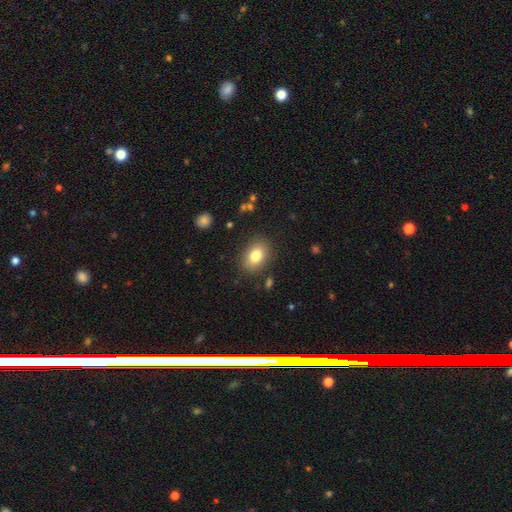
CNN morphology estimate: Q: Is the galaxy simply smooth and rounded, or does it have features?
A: smooth — 80%.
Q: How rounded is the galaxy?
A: in between — 77%.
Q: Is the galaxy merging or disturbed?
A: none — 86%.